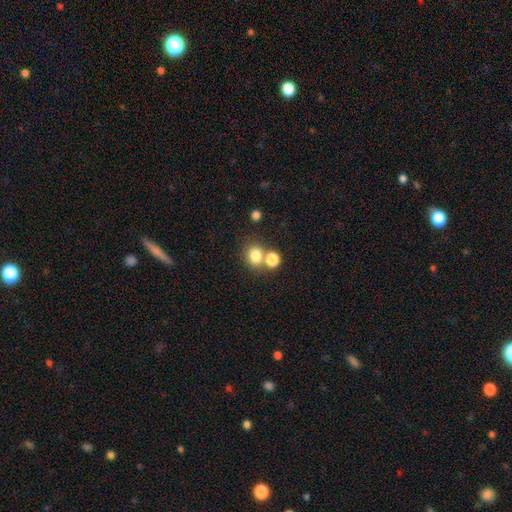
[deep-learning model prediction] This is likely a smooth galaxy (80%). How rounded: likely round (66%). Merging: possibly none (57%).